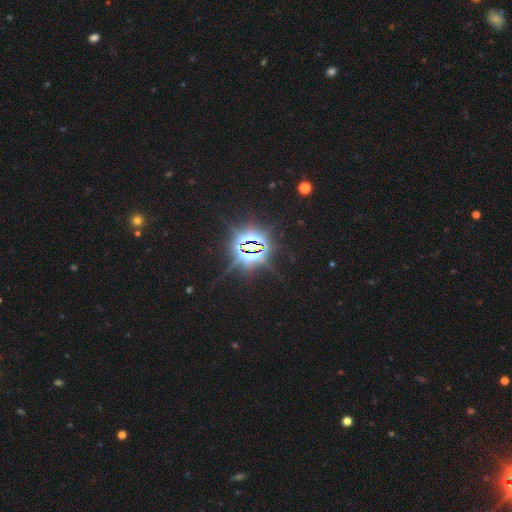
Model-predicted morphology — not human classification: type=star or artifact (85%).